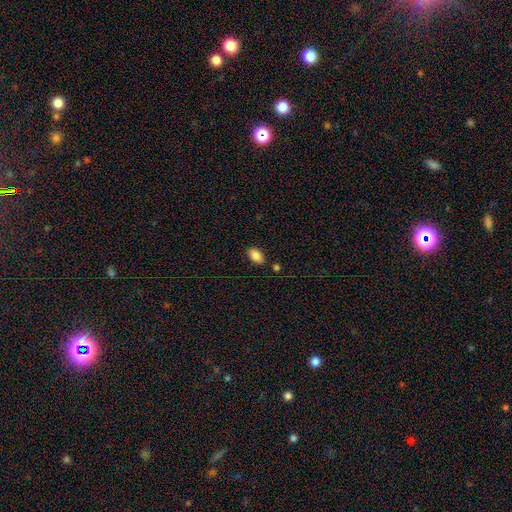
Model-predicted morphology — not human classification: The model was most divided on "merging": none: 84%, minor disturbance: 10%, merger: 4%, major disturbance: 2%. More confident: how rounded — in between (93%); smooth or featured — smooth (86%).